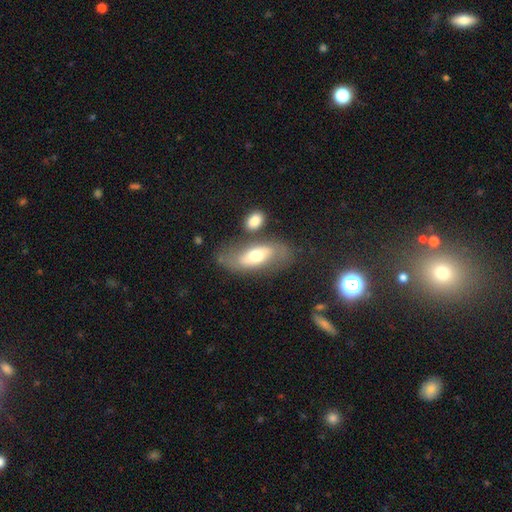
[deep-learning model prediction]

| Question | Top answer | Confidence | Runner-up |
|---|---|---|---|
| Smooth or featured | featured or disk | 47% | smooth (46%) |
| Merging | none | 60% | minor disturbance (19%) |